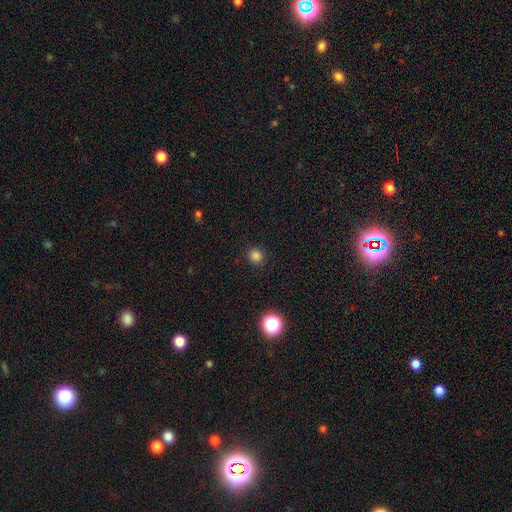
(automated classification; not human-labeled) Smooth or featured? Predicted: smooth (p=0.82). How rounded? Predicted: round (p=0.87). Merging? Predicted: none (p=0.91).